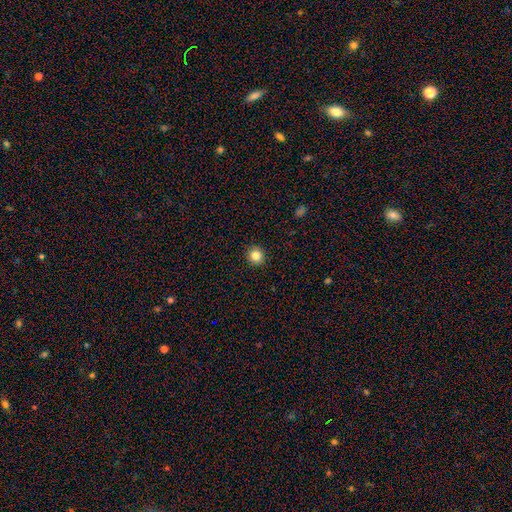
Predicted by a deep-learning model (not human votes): This appears to be a smooth galaxy with no disk features (83%) that is round (89%). Merging: none (92%).